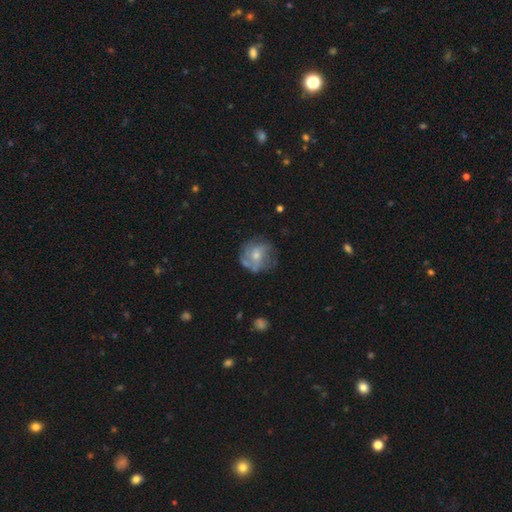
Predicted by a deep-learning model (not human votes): smooth_or_featured: featured or disk (p=0.56) [alt: smooth p=0.35]
disk_edge_on: no (p=0.97) [alt: yes p=0.03]
bar: no (p=0.73) [alt: weak p=0.23]
has_spiral_arms: yes (p=0.63) [alt: no p=0.37]
bulge_size: small (p=0.47) [alt: moderate p=0.46]
merging: none (p=0.59) [alt: minor disturbance p=0.23]